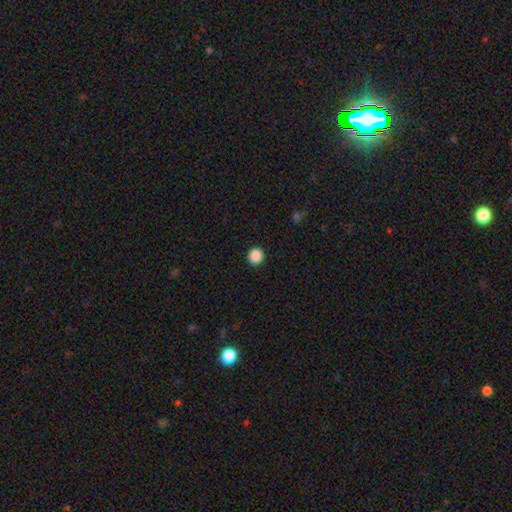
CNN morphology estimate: A smooth galaxy with no disk features (89%) that is round (94%).

Vote fractions:
- Smooth or featured? smooth: 89% / star or artifact: 9% / featured or disk: 2%
- How rounded? round: 94% / in between: 5% / cigar-shaped: 1%
- Merging? none: 93% / minor disturbance: 4% / major disturbance: 2% / merger: 1%